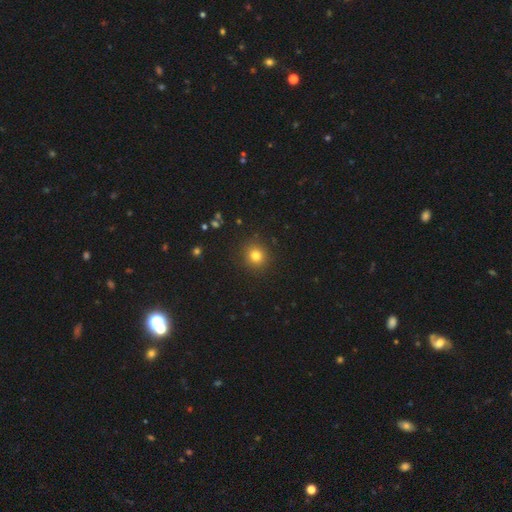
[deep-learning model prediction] This is likely a smooth galaxy (80%). How rounded: clearly round (91%). Merging: clearly none (91%).